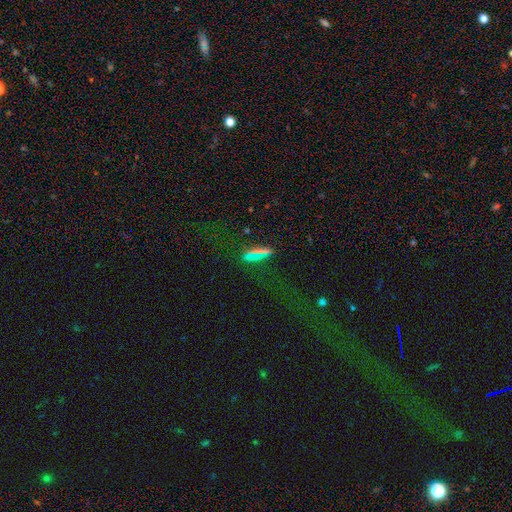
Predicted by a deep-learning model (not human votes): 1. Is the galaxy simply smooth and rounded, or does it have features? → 61% smooth, 27% star or artifact, 12% featured or disk.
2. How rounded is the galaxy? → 46% cigar-shaped, 43% in between, 11% round.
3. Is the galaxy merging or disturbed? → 81% none, 12% minor disturbance, 4% major disturbance, 3% merger.